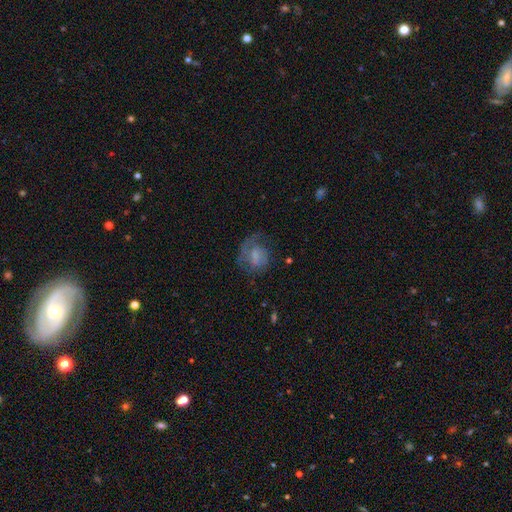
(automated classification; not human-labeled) Q: Smooth or featured?
A: featured or disk (52%); runner-up: smooth (38%)
Q: Edge-on disk?
A: no (97%); runner-up: yes (3%)
Q: Bar?
A: no (46%); runner-up: weak (43%)
Q: Spiral arms?
A: yes (72%); runner-up: no (28%)
Q: Bulge size?
A: small (33%); runner-up: none (32%)
Q: Merging?
A: none (47%); runner-up: major disturbance (28%)